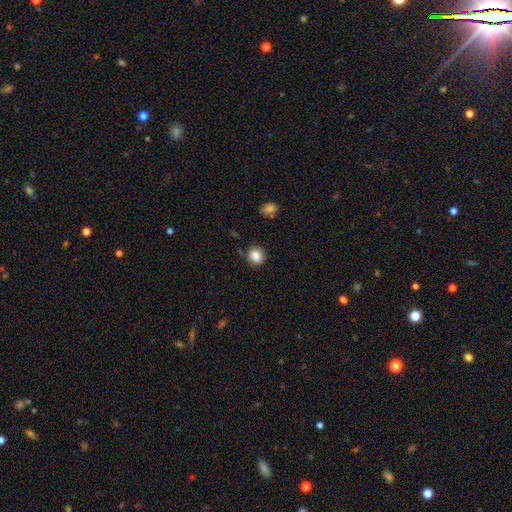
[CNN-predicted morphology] Smooth or featured? smooth (86%)
How rounded? round (81%)
Merging? none (83%)